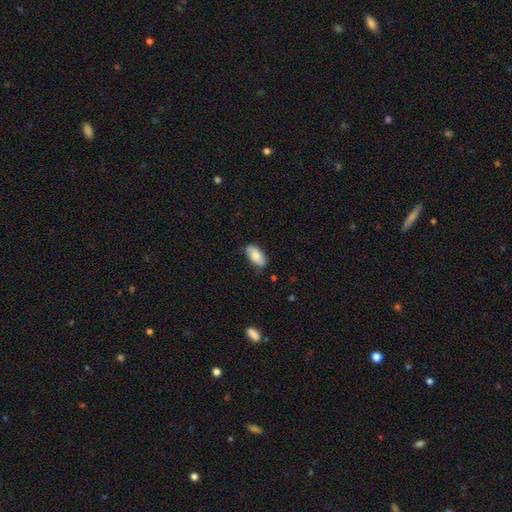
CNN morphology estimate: Overall: smooth (78%). How rounded: in between (93%). Merging: none (80%).